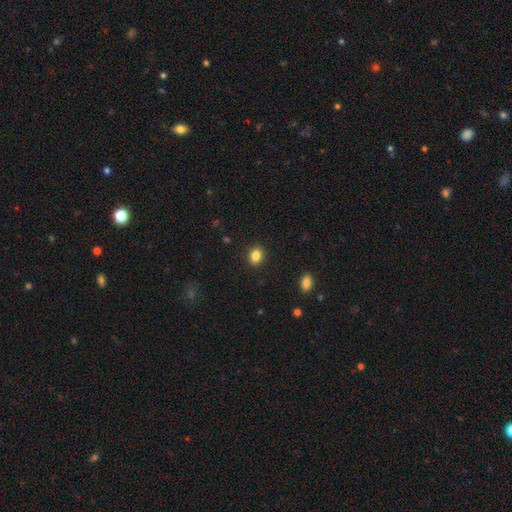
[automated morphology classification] This is clearly a smooth galaxy (84%). How rounded: possibly round (53%). Merging: clearly none (90%).